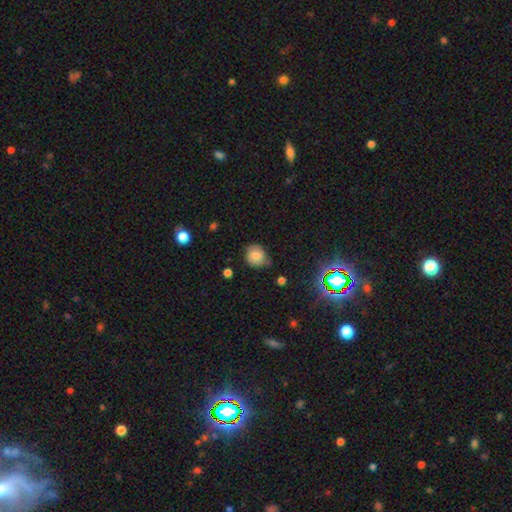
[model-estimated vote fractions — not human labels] Q: Smooth or featured?
A: smooth (77%); runner-up: star or artifact (12%)
Q: How rounded?
A: round (76%); runner-up: in between (23%)
Q: Merging?
A: none (67%); runner-up: minor disturbance (25%)